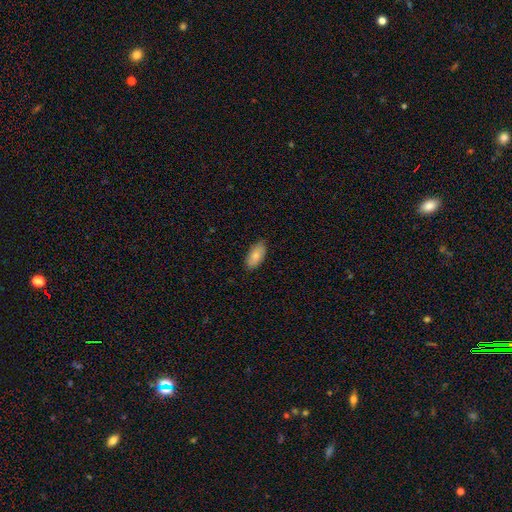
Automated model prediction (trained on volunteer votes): smooth_or_featured: smooth (p=0.80) [alt: featured or disk p=0.14]
how_rounded: in between (p=0.91) [alt: cigar-shaped p=0.06]
merging: none (p=0.85) [alt: minor disturbance p=0.12]